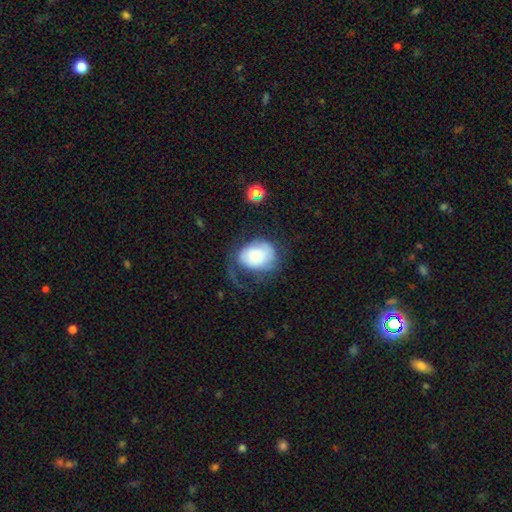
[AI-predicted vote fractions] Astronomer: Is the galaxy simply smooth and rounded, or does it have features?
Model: smooth — 58% (runner-up: featured or disk, 34%).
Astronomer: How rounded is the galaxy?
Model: in between — 62% (runner-up: round, 37%).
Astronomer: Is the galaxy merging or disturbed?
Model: major disturbance — 42% (runner-up: none, 31%).